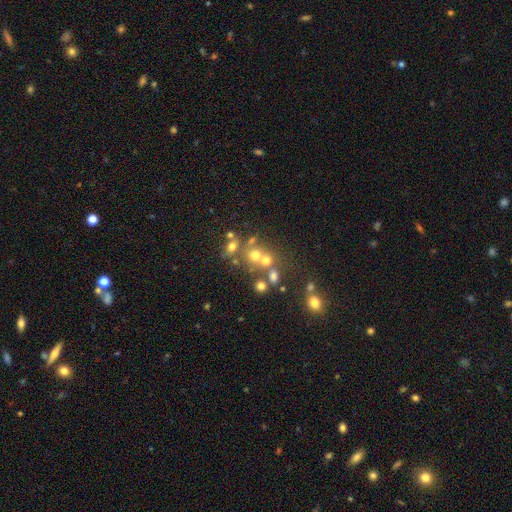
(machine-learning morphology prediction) smooth_or_featured: smooth (p=0.52) [alt: star or artifact p=0.26]
how_rounded: round (p=0.80) [alt: in between p=0.19]
merging: none (p=0.49) [alt: merger p=0.36]